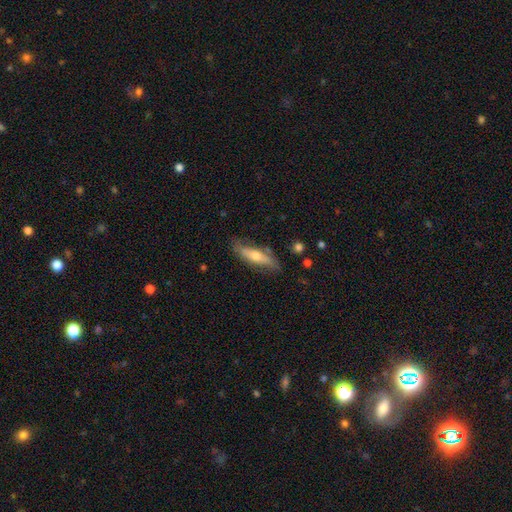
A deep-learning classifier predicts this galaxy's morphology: This is possibly a featured or disk galaxy (53%). It is likely viewed edge-on (67%). Merging: likely none (75%).